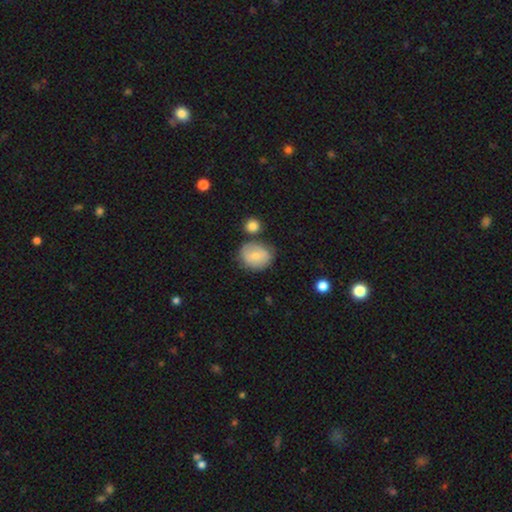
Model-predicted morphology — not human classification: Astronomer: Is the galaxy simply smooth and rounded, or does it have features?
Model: smooth — 70%.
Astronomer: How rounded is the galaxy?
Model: round — 62% (runner-up: in between, 37%).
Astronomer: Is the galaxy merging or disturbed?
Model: none — 61%.